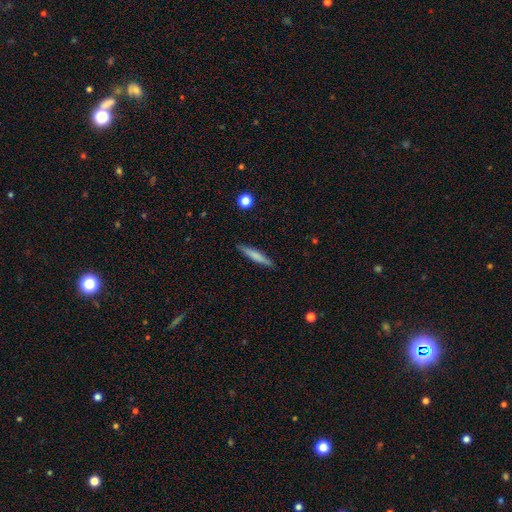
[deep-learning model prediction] Smooth or featured: smooth — 68% (featured or disk — 26%)
How rounded: cigar-shaped — 93% (in between — 6%)
Merging: none — 89% (minor disturbance — 8%)